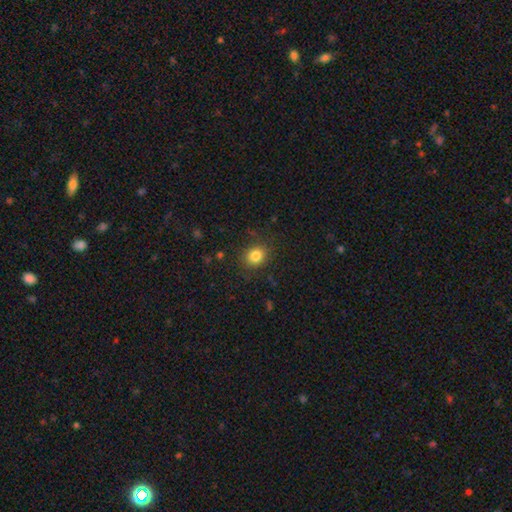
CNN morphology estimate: A smooth galaxy with no disk features (82%) that is round (69%). Merging: none (84%).